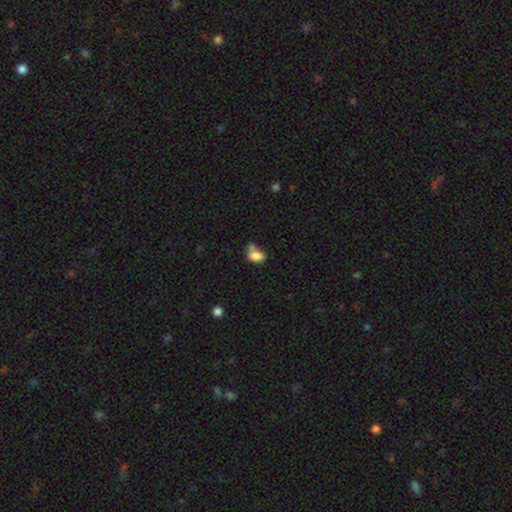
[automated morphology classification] A smooth galaxy with no disk features (80%) that is in between round and cigar-shaped (84%).

Vote fractions:
- Smooth or featured? smooth: 80% / star or artifact: 10% / featured or disk: 10%
- How rounded? in between: 84% / round: 15% / cigar-shaped: 2%
- Merging? merger: 41% / none: 32% / minor disturbance: 18% / major disturbance: 9%